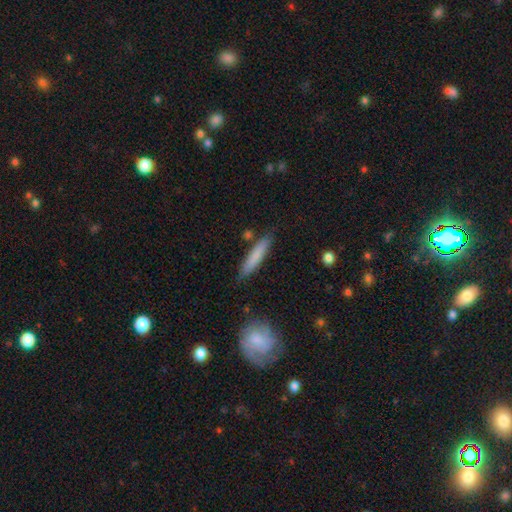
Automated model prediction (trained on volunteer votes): This is likely a smooth galaxy (75%). How rounded: clearly cigar-shaped (90%). Merging: clearly none (84%).